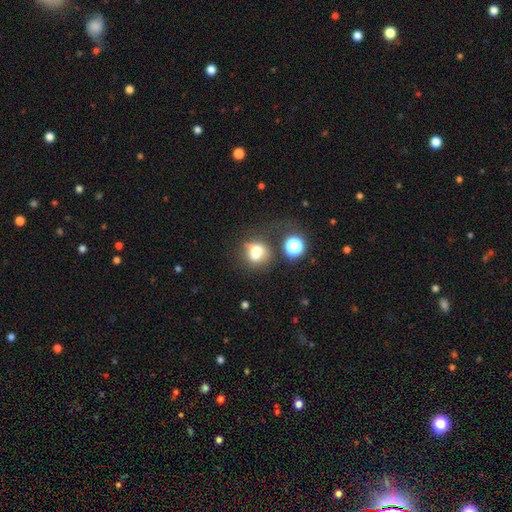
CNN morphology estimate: The model was most divided on "merging": none: 46%, merger: 22%, minor disturbance: 20%, major disturbance: 13%. More confident: smooth or featured — smooth (64%); how rounded — round (63%).